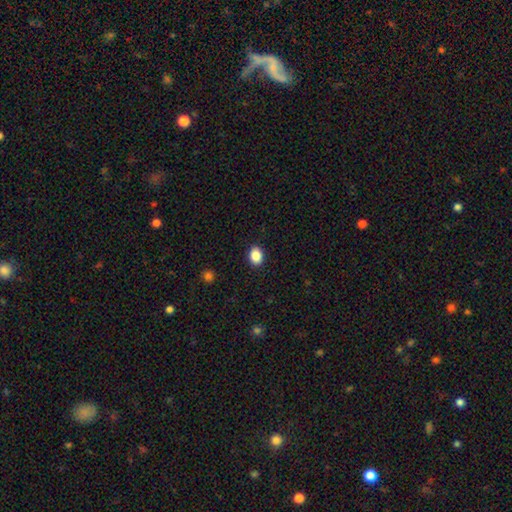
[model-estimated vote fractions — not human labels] This is clearly a smooth galaxy (88%). How rounded: likely in between (61%). Merging: clearly none (90%).